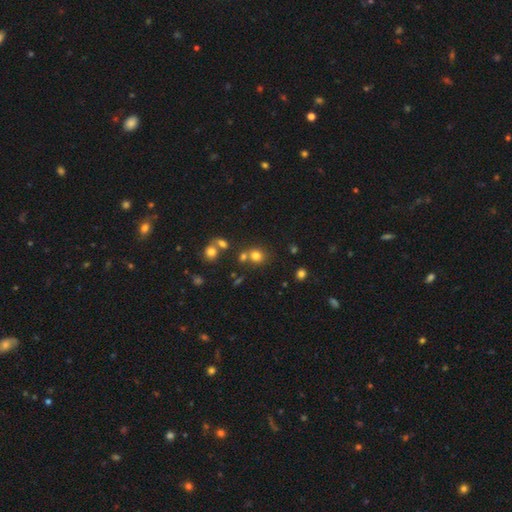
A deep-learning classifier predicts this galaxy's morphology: type=smooth (75%); roundness=round (79%); merging=none (61%).